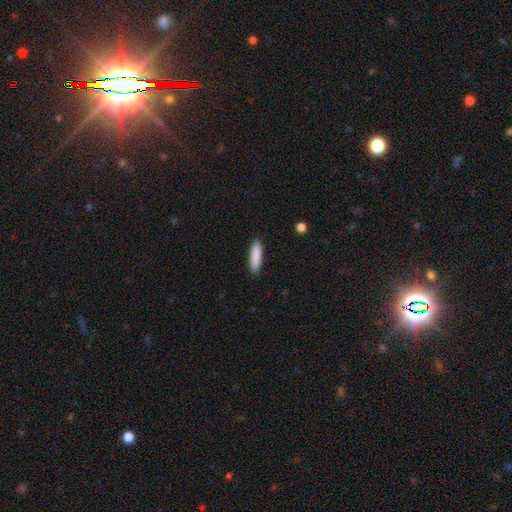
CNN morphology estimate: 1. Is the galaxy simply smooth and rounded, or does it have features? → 87% smooth, 7% featured or disk, 6% star or artifact.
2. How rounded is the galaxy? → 77% cigar-shaped, 21% in between, 1% round.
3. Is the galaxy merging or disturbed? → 90% none, 7% minor disturbance, 2% major disturbance, 1% merger.